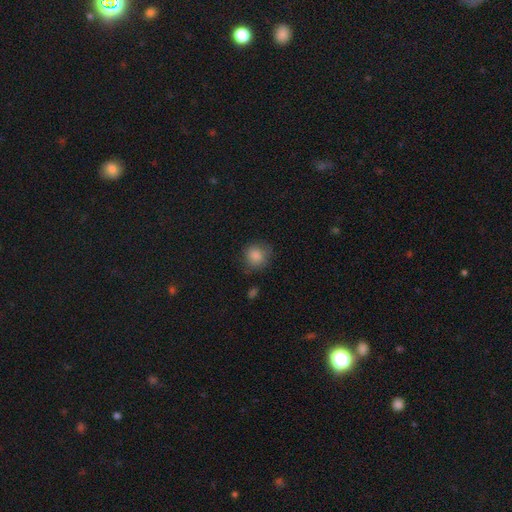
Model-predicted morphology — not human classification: Q: Smooth or featured?
A: smooth (85%); runner-up: star or artifact (9%)
Q: How rounded?
A: round (85%); runner-up: in between (14%)
Q: Merging?
A: none (75%); runner-up: minor disturbance (18%)